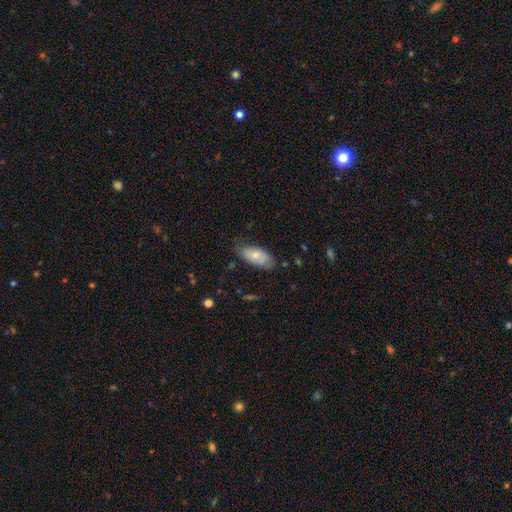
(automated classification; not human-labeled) smooth 77%, featured or disk 17%, star or artifact 6%. Down the decision tree: how rounded — in between (90%); merging — none (65%).